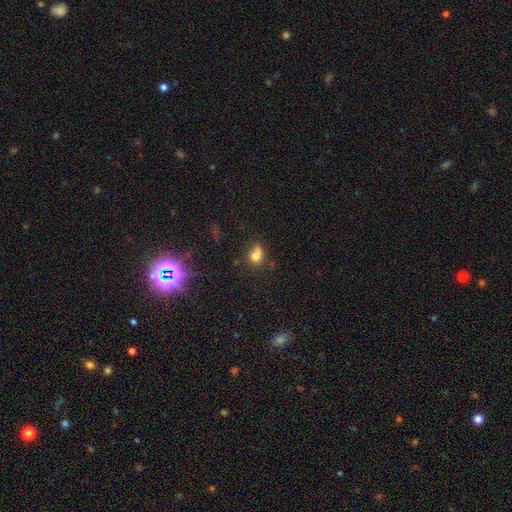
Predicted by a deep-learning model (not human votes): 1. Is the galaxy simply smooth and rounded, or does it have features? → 71% smooth, 16% star or artifact, 13% featured or disk.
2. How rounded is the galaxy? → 55% round, 44% in between, 2% cigar-shaped.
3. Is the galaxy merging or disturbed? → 38% none, 24% merger, 22% minor disturbance, 16% major disturbance.